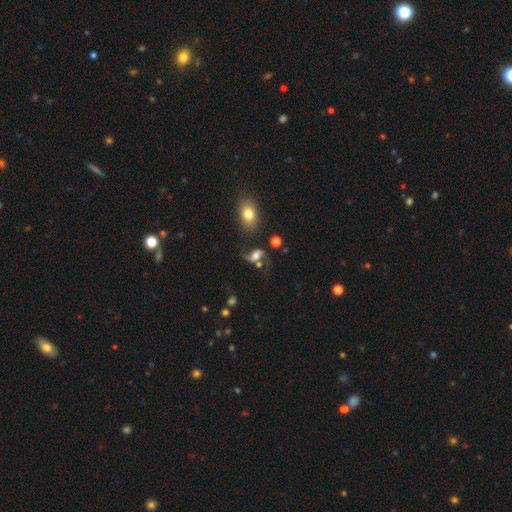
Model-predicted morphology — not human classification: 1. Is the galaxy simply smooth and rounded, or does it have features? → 56% featured or disk, 30% smooth, 13% star or artifact.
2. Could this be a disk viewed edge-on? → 94% no, 6% yes.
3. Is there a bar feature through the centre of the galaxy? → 50% no, 35% weak, 15% strong.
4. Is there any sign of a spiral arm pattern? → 84% yes, 16% no.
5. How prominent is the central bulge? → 46% moderate, 26% large, 17% small, 7% none, 5% dominant.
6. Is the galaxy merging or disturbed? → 50% none, 18% minor disturbance, 16% major disturbance, 15% merger.